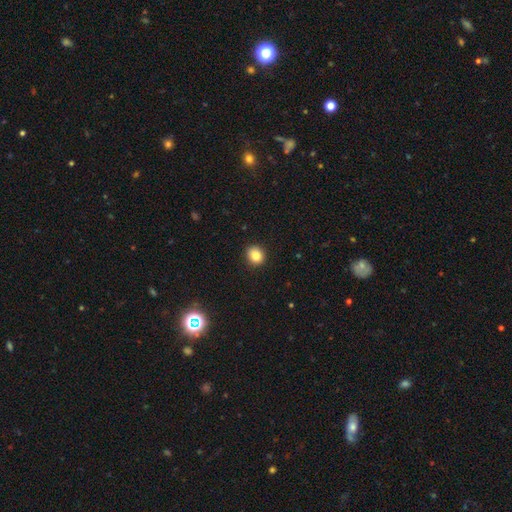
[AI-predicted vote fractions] Smooth or featured? smooth (84%)
How rounded? round (76%)
Merging? none (91%)